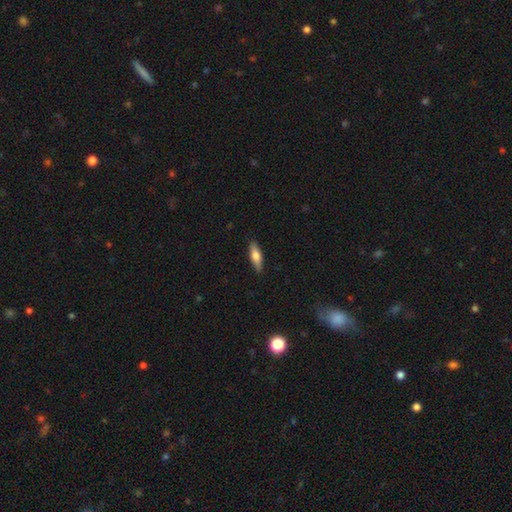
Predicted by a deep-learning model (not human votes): Morphology: type=smooth (66%); roundness=in between (50%); merging=none (89%).